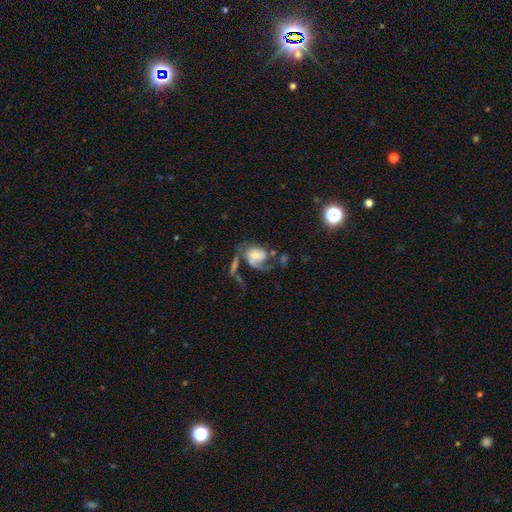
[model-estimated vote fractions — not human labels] Smooth or featured? Predicted: featured or disk (p=0.67). Edge-on disk? Predicted: no (p=0.97). Bar? Predicted: no (p=0.64). Spiral arms? Predicted: yes (p=0.86). Spiral winding? Predicted: medium (p=0.41). Spiral arm count? Predicted: 2 (p=0.46). Bulge size? Predicted: moderate (p=0.45). Merging? Predicted: major disturbance (p=0.31).